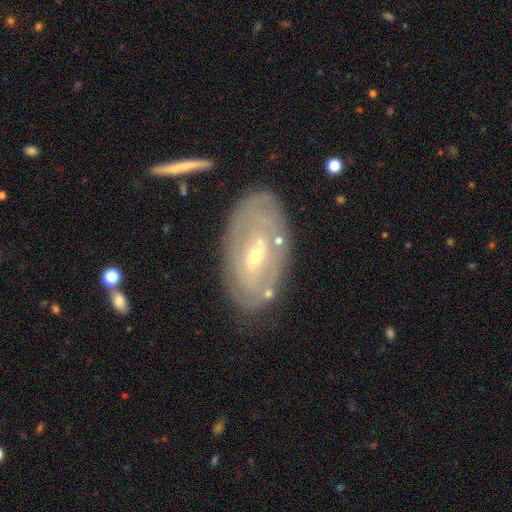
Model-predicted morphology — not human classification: This appears to be a featured or disk galaxy (75%) with a weak bar (47%), spiral arms (68%) and a small central bulge (53%). Merging: none (75%).